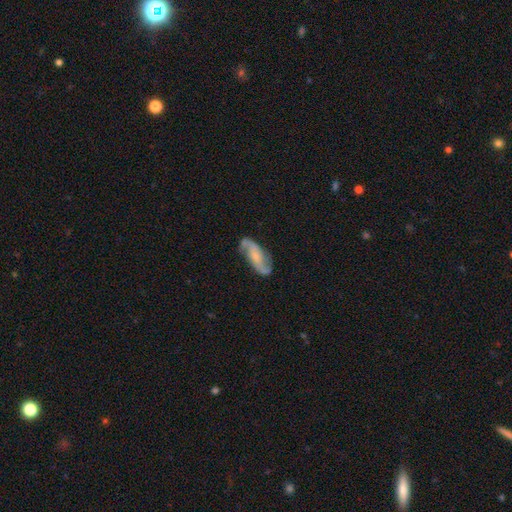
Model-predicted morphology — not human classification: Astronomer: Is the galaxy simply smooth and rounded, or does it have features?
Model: featured or disk — 77%.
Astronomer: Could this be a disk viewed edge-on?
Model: no — 93%.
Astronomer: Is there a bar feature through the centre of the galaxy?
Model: no — 51% (runner-up: weak, 34%).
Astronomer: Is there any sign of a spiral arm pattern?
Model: yes — 94%.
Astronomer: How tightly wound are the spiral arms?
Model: loose — 51% (runner-up: medium, 36%).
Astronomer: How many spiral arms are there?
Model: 2 — 91%.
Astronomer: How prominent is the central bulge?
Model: small — 55%.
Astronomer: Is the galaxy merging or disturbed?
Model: none — 77%.